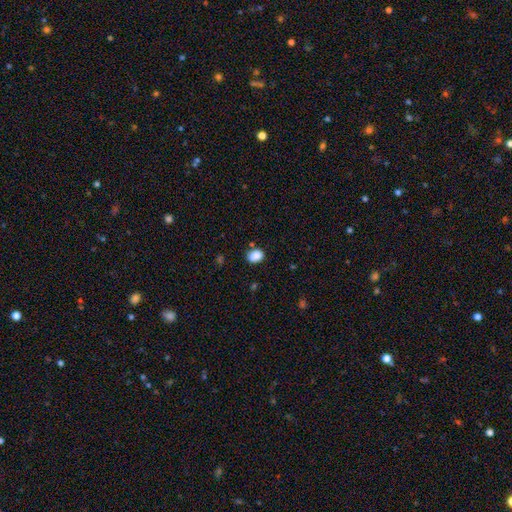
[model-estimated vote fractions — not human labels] Smooth or featured?
  - smooth: 88% *
  - star or artifact: 9%
  - featured or disk: 3%
How rounded?
  - in between: 64% *
  - round: 35%
  - cigar-shaped: 1%
Merging?
  - none: 79% *
  - minor disturbance: 14%
  - merger: 4%
  - major disturbance: 3%